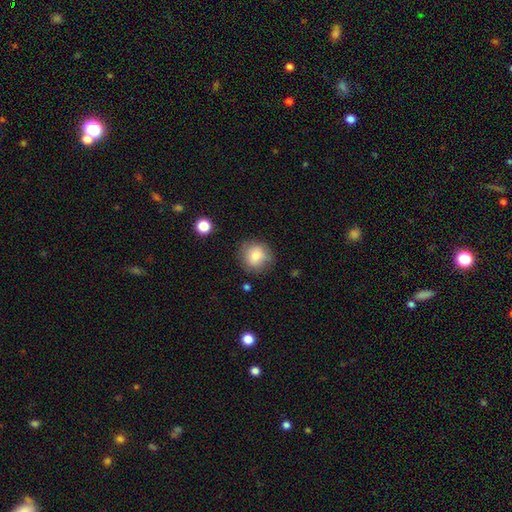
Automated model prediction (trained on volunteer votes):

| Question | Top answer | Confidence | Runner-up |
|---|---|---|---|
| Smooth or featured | smooth | 81% | featured or disk (10%) |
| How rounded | round | 86% | in between (13%) |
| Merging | none | 78% | minor disturbance (16%) |